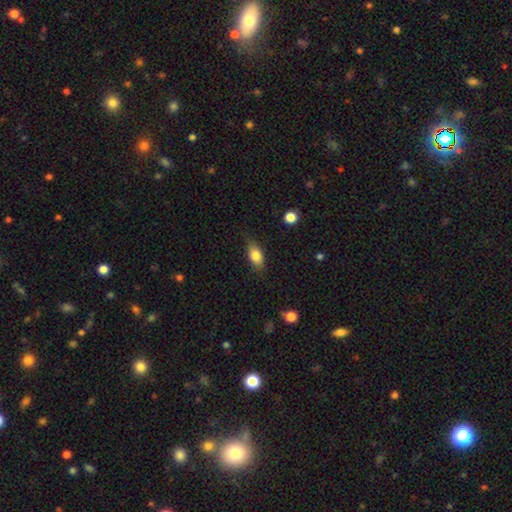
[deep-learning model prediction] smooth_or_featured: smooth (p=0.81) [alt: featured or disk p=0.11]
how_rounded: in between (p=0.85) [alt: round p=0.08]
merging: none (p=0.76) [alt: minor disturbance p=0.19]